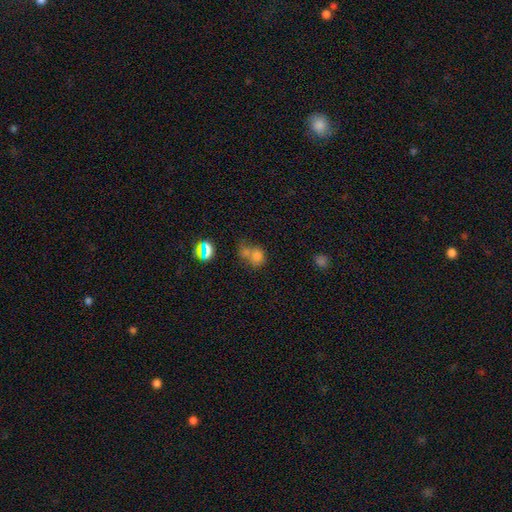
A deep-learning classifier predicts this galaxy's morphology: Q: Smooth or featured?
A: smooth (70%); runner-up: star or artifact (18%)
Q: How rounded?
A: round (72%); runner-up: in between (27%)
Q: Merging?
A: merger (48%); runner-up: none (35%)